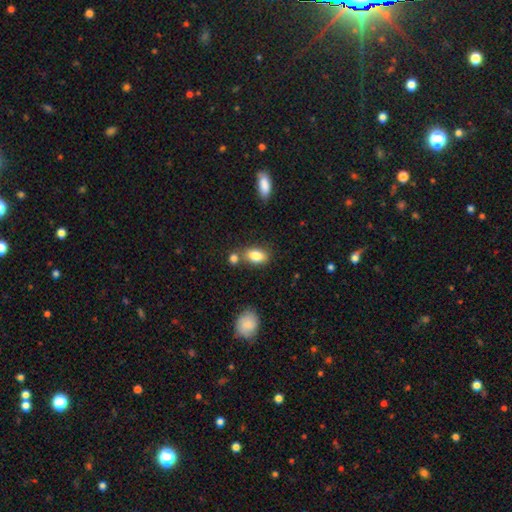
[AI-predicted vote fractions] Morphology: type=smooth (84%); roundness=in between (88%); merging=none (62%).